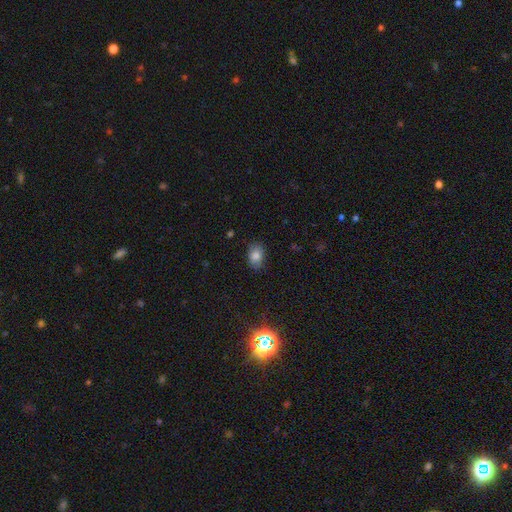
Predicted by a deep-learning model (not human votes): Morphology: type=smooth (82%); roundness=in between (79%); merging=none (80%).